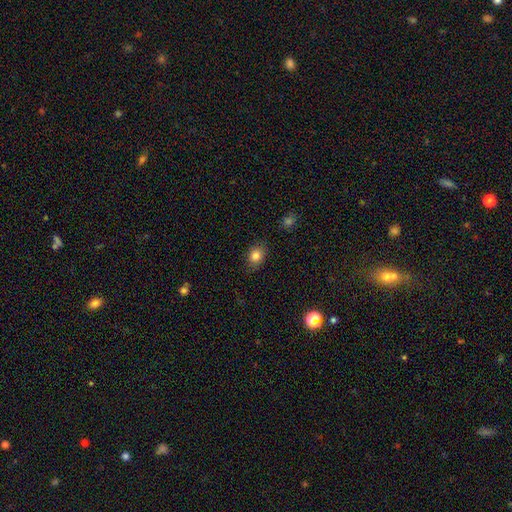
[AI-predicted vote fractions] Q: Smooth or featured?
A: smooth (82%); runner-up: star or artifact (11%)
Q: How rounded?
A: in between (55%); runner-up: round (44%)
Q: Merging?
A: none (83%); runner-up: minor disturbance (13%)